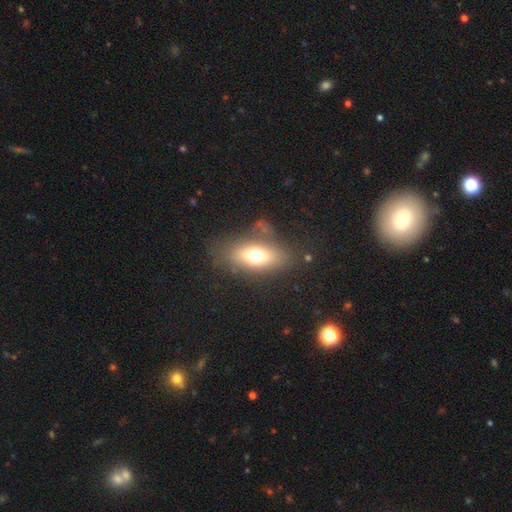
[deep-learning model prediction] Smooth or featured? smooth (62%)
How rounded? in between (79%)
Merging? none (68%)